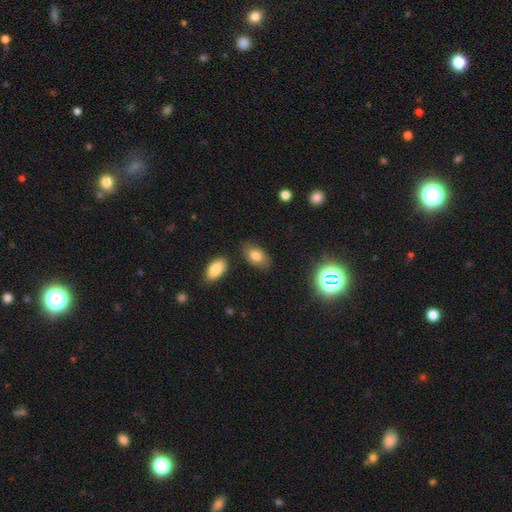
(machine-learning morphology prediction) This appears to be a smooth galaxy with no disk features (77%) that is in between round and cigar-shaped (93%). Merging: none (80%).